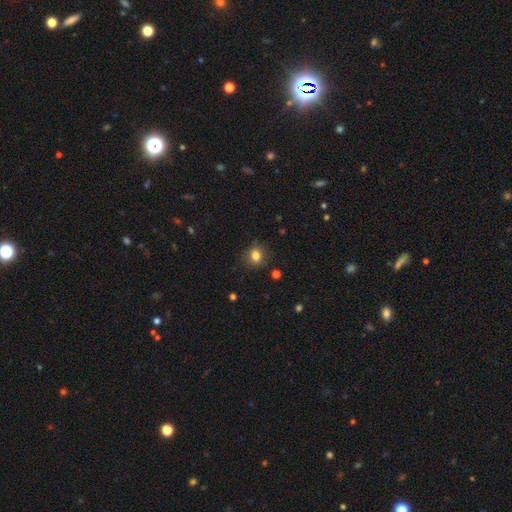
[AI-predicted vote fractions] smooth_or_featured: smooth (p=0.81) [alt: star or artifact p=0.11]
how_rounded: round (p=0.58) [alt: in between p=0.41]
merging: none (p=0.80) [alt: minor disturbance p=0.14]